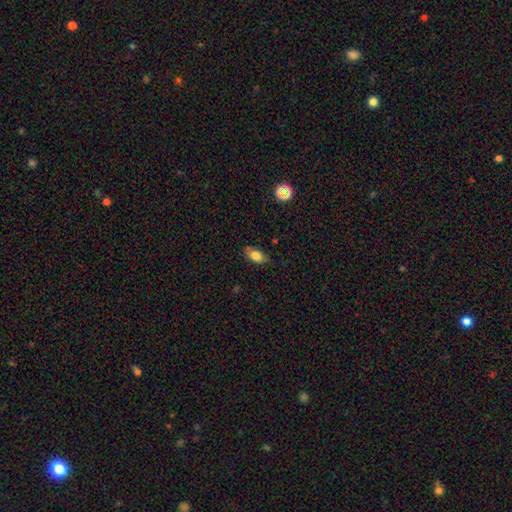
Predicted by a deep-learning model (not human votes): A smooth galaxy with no disk features (81%) that is in between round and cigar-shaped (89%). Merging: none (81%).